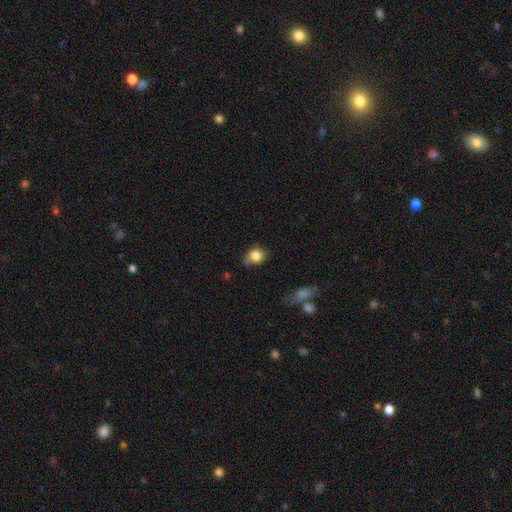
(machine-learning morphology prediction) smooth_or_featured: smooth (p=0.82) [alt: star or artifact p=0.09]
how_rounded: round (p=0.75) [alt: in between p=0.24]
merging: none (p=0.56) [alt: minor disturbance p=0.28]